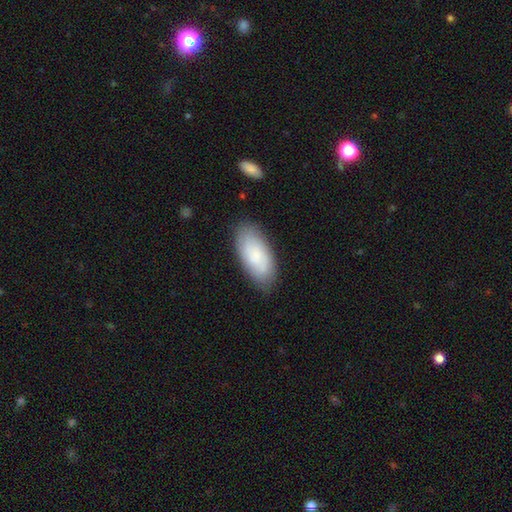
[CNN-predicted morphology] Smooth or featured?
  - smooth: 67% *
  - featured or disk: 26%
  - star or artifact: 7%
How rounded?
  - in between: 91% *
  - cigar-shaped: 7%
  - round: 2%
Merging?
  - none: 80% *
  - minor disturbance: 15%
  - major disturbance: 3%
  - merger: 2%